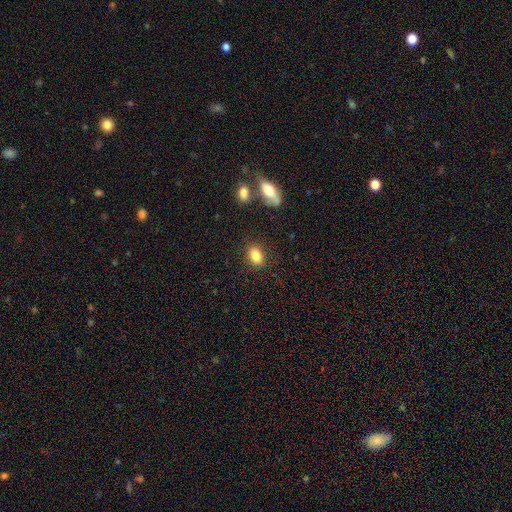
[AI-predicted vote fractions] The model was most divided on "how rounded": in between: 80%, round: 18%, cigar-shaped: 2%. More confident: merging — none (84%); smooth or featured — smooth (83%).